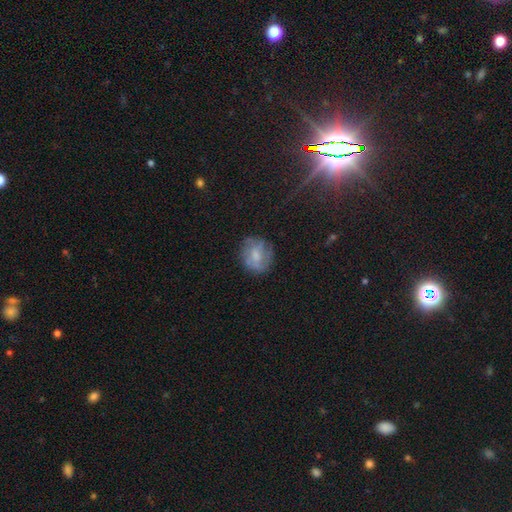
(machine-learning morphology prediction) This is possibly a smooth galaxy (50%). Merging: likely none (69%).